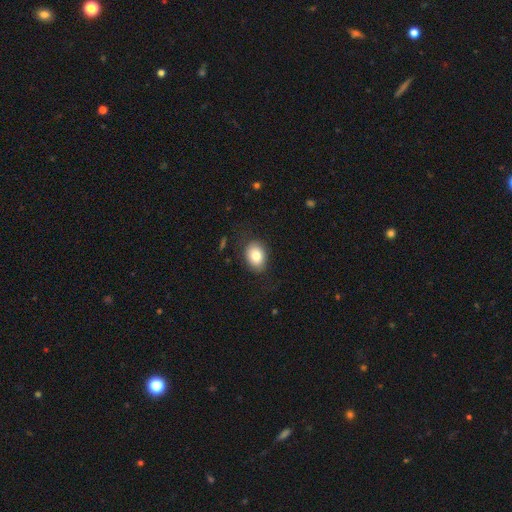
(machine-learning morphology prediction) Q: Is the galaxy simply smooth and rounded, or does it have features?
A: smooth — 80%.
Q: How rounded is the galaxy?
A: in between — 68%.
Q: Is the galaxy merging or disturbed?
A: none — 82%.